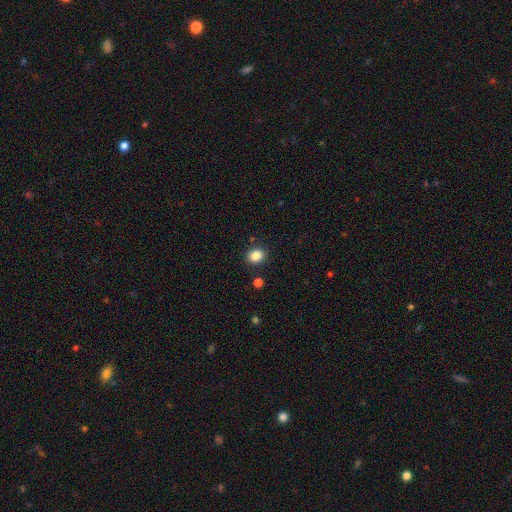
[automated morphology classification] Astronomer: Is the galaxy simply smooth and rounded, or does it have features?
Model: smooth — 85%.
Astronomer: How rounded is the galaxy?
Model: round — 60% (runner-up: in between, 39%).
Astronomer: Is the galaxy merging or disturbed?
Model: none — 87%.